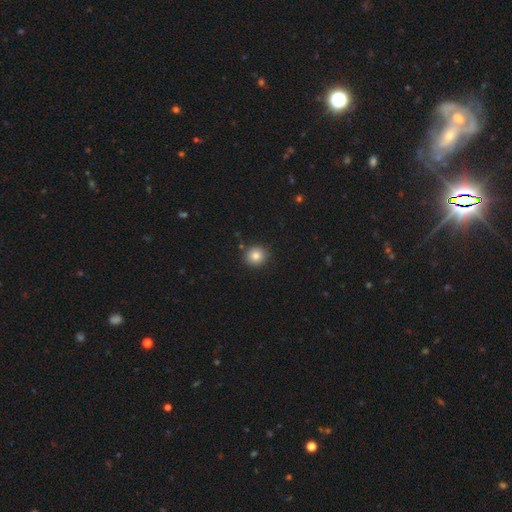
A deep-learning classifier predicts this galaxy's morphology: type=smooth (82%); roundness=round (88%); merging=none (89%).